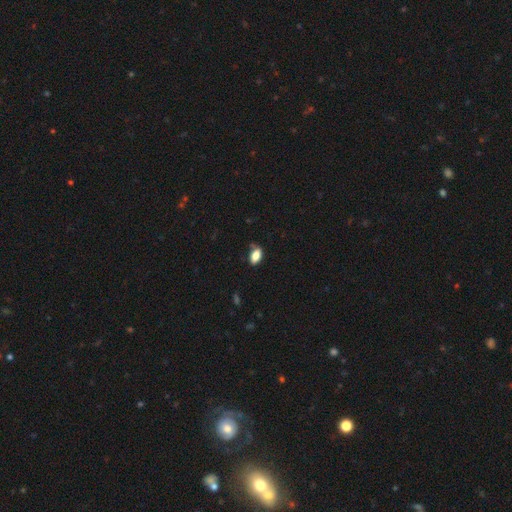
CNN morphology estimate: A smooth galaxy with no disk features (84%) that is in between round and cigar-shaped (90%). Merging: none (66%).